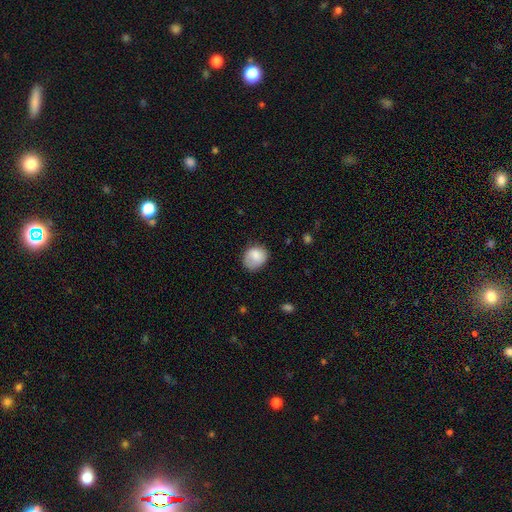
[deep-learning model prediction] Smooth or featured: smooth — 81% (featured or disk — 12%)
How rounded: round — 66% (in between — 33%)
Merging: none — 63% (minor disturbance — 26%)